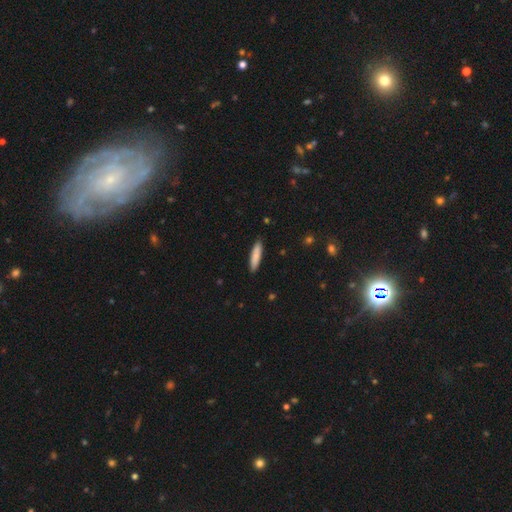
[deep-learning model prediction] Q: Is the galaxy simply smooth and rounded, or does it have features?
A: smooth — 85%.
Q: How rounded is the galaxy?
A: cigar-shaped — 81%.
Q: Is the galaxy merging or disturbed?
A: none — 90%.